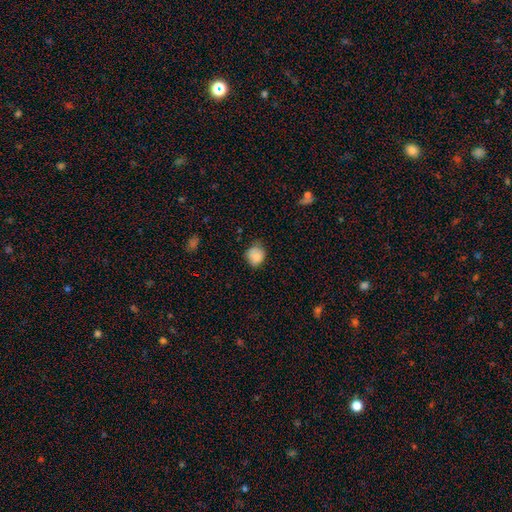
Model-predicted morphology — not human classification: Q: Smooth or featured?
A: smooth (83%); runner-up: star or artifact (9%)
Q: How rounded?
A: round (71%); runner-up: in between (28%)
Q: Merging?
A: none (59%); runner-up: minor disturbance (33%)